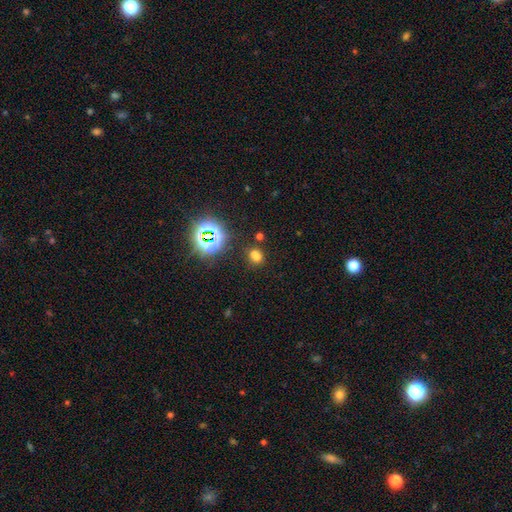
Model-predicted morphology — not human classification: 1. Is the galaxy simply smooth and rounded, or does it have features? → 62% smooth, 30% star or artifact, 7% featured or disk.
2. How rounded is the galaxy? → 56% round, 42% in between, 1% cigar-shaped.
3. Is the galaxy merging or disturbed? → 70% none, 13% merger, 12% minor disturbance, 5% major disturbance.